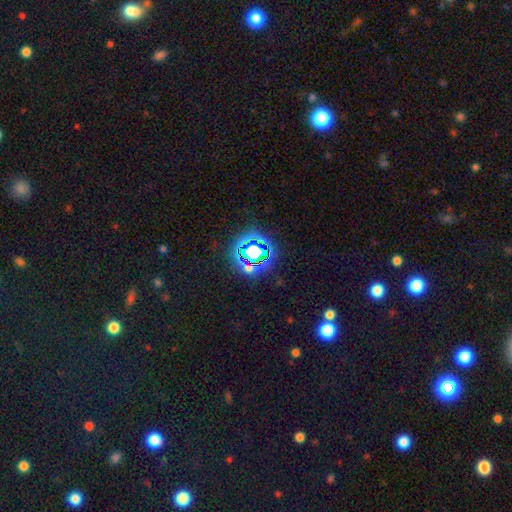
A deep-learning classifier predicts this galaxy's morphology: smooth-or-featured: star or artifact: 70% | smooth: 20% | featured or disk: 9%